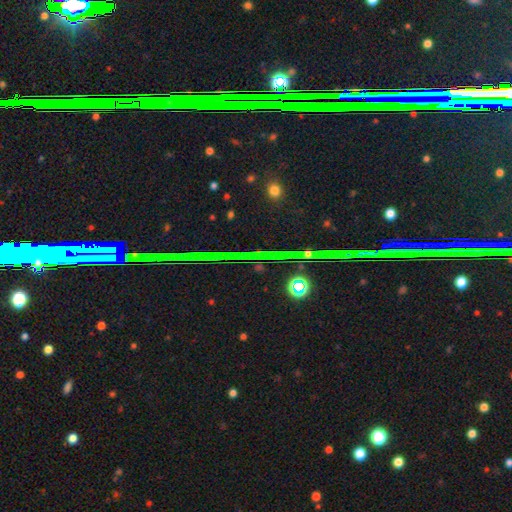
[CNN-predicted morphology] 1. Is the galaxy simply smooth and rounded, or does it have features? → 83% star or artifact, 10% featured or disk, 7% smooth.